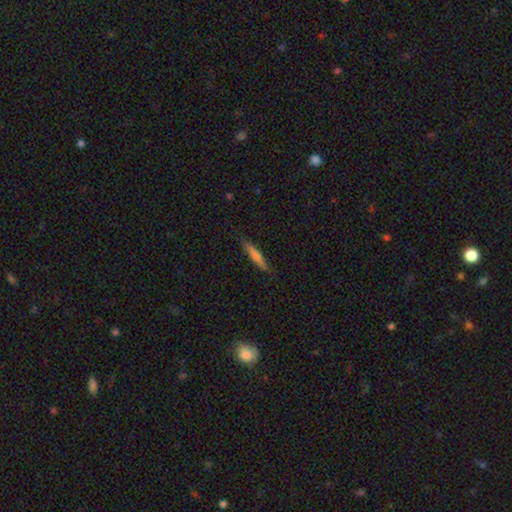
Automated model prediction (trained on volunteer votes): Morphology: type=smooth (60%); roundness=cigar-shaped (91%); merging=none (88%).